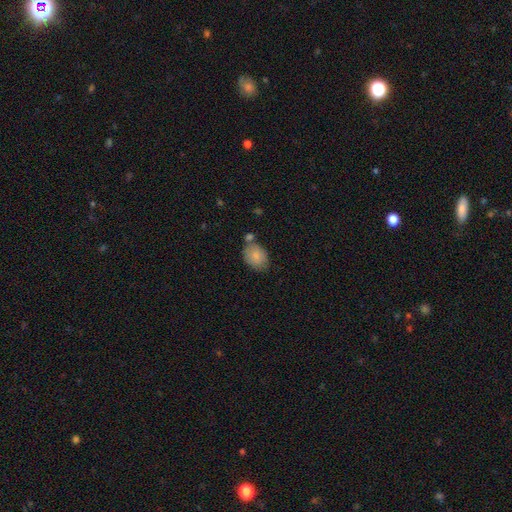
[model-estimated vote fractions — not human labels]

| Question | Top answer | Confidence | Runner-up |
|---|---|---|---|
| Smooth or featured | smooth | 82% | featured or disk (11%) |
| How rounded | in between | 76% | round (23%) |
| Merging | none | 61% | minor disturbance (20%) |